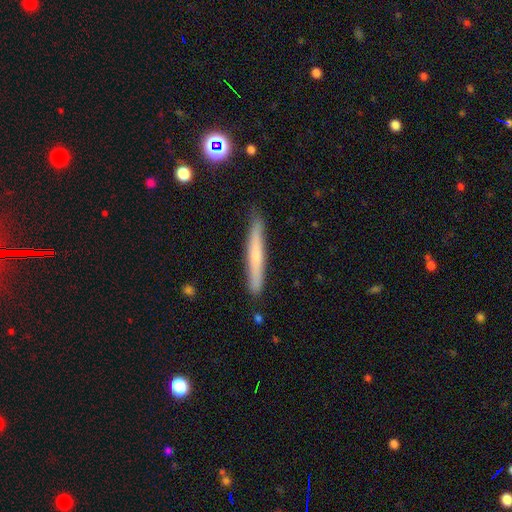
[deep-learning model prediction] Overall: smooth (54%; featured or disk 39%). How rounded: cigar-shaped (96%). Merging: none (86%).